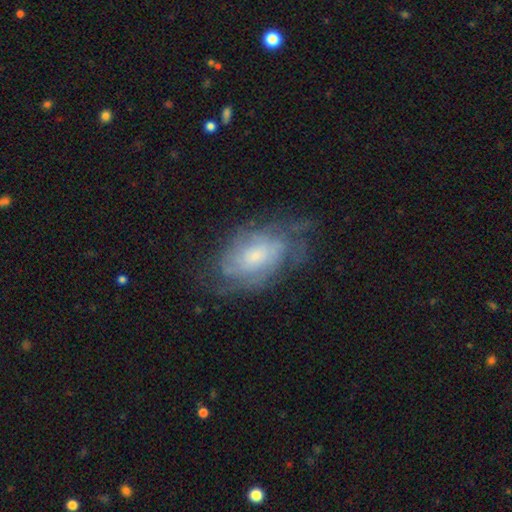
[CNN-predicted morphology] smooth-or-featured: featured or disk: 69% | smooth: 23% | star or artifact: 8%
  disk-edge-on: no: 95% | yes: 5%
    bar: no: 69% | weak: 27% | strong: 4%
    has-spiral-arms: yes: 81% | no: 19%
      spiral-winding: tight: 53% | medium: 33% | loose: 14%
      spiral-arm-count: can't tell: 57% | 2: 17% | 3: 10% | 4: 8% | more than 4: 4% | 1: 4%
    bulge-size: small: 52% | moderate: 34% | large: 7% | none: 6% | dominant: 1%
  merging: none: 59% | minor disturbance: 24% | major disturbance: 16% | merger: 2%